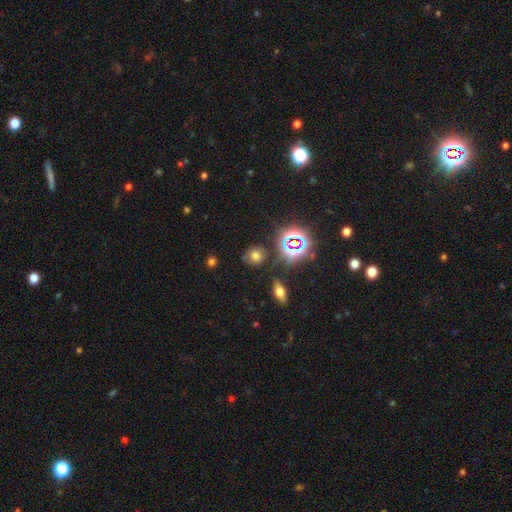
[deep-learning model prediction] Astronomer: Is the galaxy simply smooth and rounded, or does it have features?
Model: smooth — 61%.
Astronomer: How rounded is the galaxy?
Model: round — 74%.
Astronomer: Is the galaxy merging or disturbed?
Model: none — 77%.